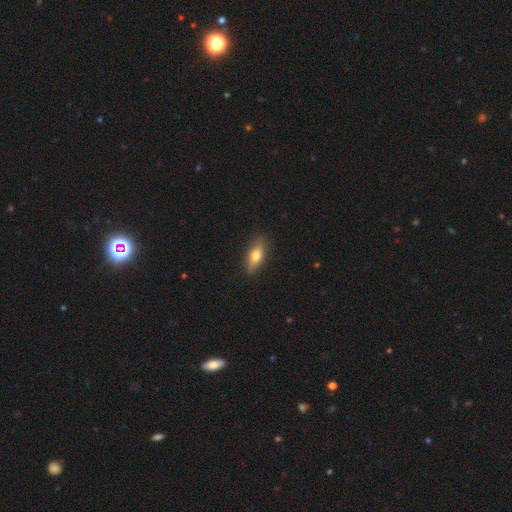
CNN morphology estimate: A smooth galaxy with no disk features (69%) that is in between round and cigar-shaped (69%).

Vote fractions:
- Smooth or featured? smooth: 69% / featured or disk: 24% / star or artifact: 7%
- How rounded? in between: 69% / cigar-shaped: 26% / round: 5%
- Merging? none: 86% / minor disturbance: 11% / major disturbance: 2% / merger: 1%